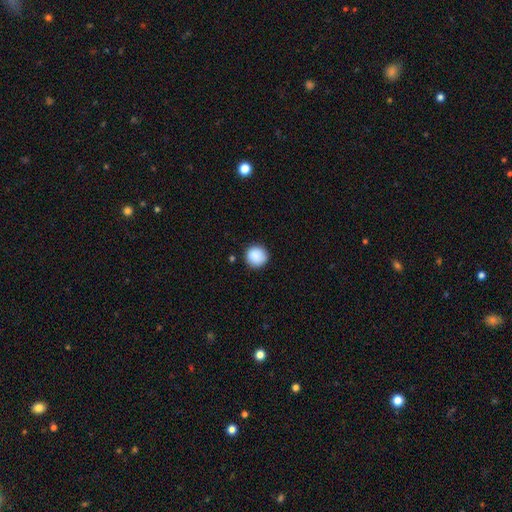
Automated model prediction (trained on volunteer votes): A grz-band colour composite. It shows a smooth galaxy with no disk features (89%) that is round (94%). Merging: none (88%).